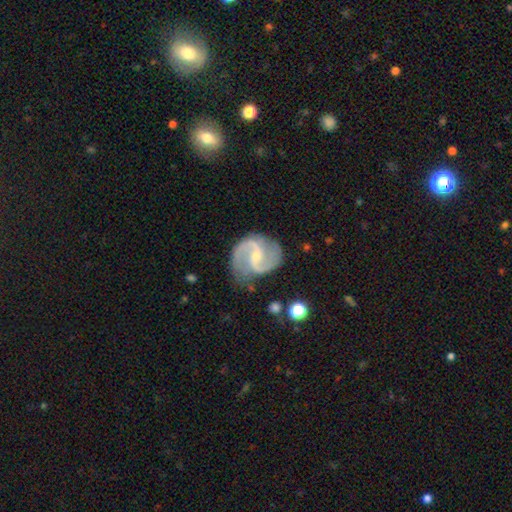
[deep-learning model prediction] A featured or disk galaxy (91%) with a weak bar (48%), 2 (93%) medium (53%) spiral arms (98%) and a small central bulge (67%).

Vote fractions:
- Smooth or featured? featured or disk: 91% / smooth: 4% / star or artifact: 4%
- Edge-on disk? no: 98% / yes: 2%
- Bar? weak: 48% / no: 31% / strong: 21%
- Spiral arms? yes: 98% / no: 2%
- Spiral winding? medium: 53% / loose: 34% / tight: 13%
- Spiral arm count? 2: 93% / can't tell: 2% / 3: 2% / 1: 1% / 4: 1% / more than 4: 1%
- Bulge size? small: 67% / moderate: 28% / none: 3% / large: 1% / dominant: 1%
- Merging? none: 74% / minor disturbance: 18% / major disturbance: 6% / merger: 2%